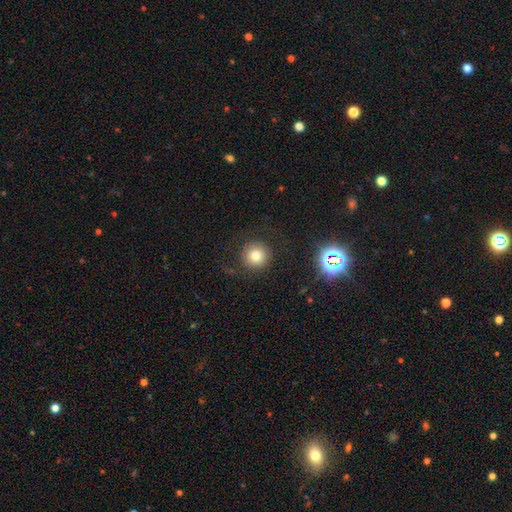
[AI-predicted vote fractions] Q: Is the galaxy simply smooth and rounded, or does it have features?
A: smooth — 77%.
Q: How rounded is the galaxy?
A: round — 95%.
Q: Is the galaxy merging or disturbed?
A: none — 82%.